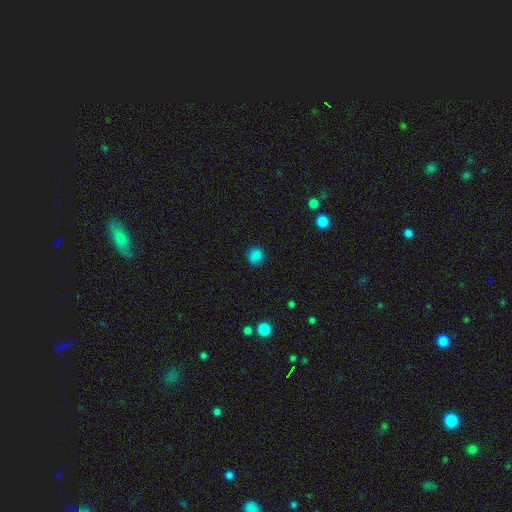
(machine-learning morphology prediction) Smooth or featured: smooth — 83% (star or artifact — 14%)
How rounded: round — 87% (in between — 12%)
Merging: none — 87% (minor disturbance — 9%)